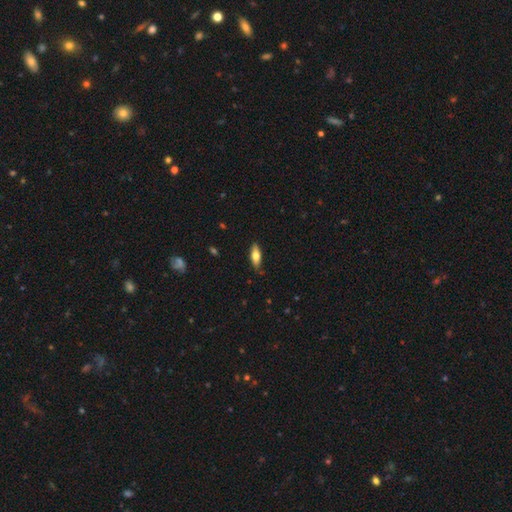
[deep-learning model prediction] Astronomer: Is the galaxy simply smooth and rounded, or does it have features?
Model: smooth — 68%.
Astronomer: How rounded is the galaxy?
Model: in between — 66%.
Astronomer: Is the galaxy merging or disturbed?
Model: none — 82%.